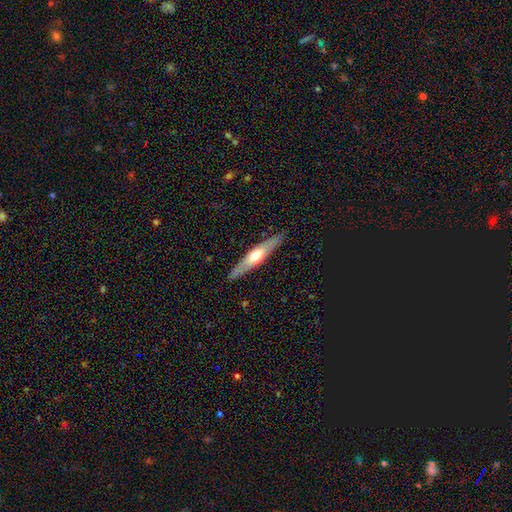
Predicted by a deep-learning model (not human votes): Smooth or featured?
  - featured or disk: 54% *
  - smooth: 41%
  - star or artifact: 5%
Edge-on disk?
  - yes: 91% *
  - no: 9%
Merging?
  - none: 89% *
  - minor disturbance: 8%
  - major disturbance: 2%
  - merger: 1%